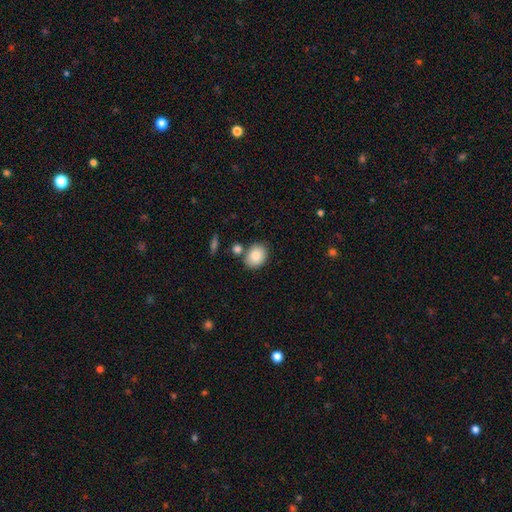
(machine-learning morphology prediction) Smooth or featured: smooth — 84% (featured or disk — 8%)
How rounded: in between — 55% (round — 44%)
Merging: none — 73% (minor disturbance — 12%)